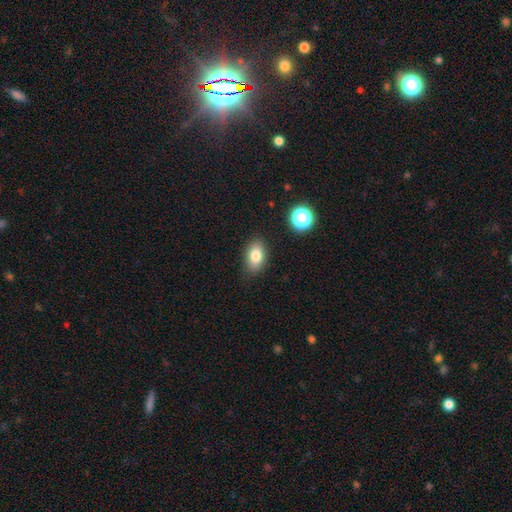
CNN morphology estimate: Smooth or featured: smooth — 81% (star or artifact — 10%)
How rounded: in between — 87% (round — 11%)
Merging: none — 84% (minor disturbance — 12%)